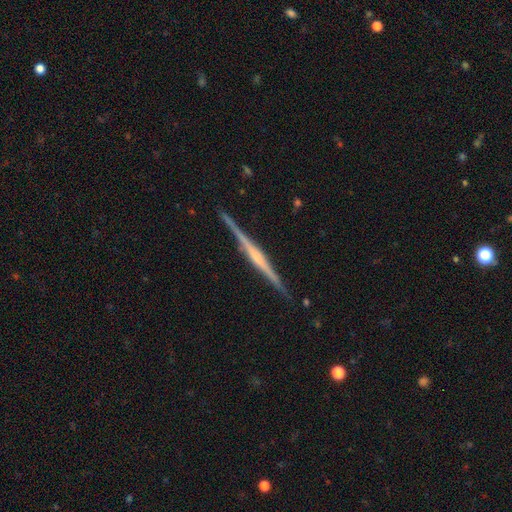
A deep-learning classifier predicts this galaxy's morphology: This is clearly a featured or disk galaxy (83%). It is clearly viewed edge-on (99%). Edge-on bulge: possibly rounded (48%). Merging: clearly none (91%).